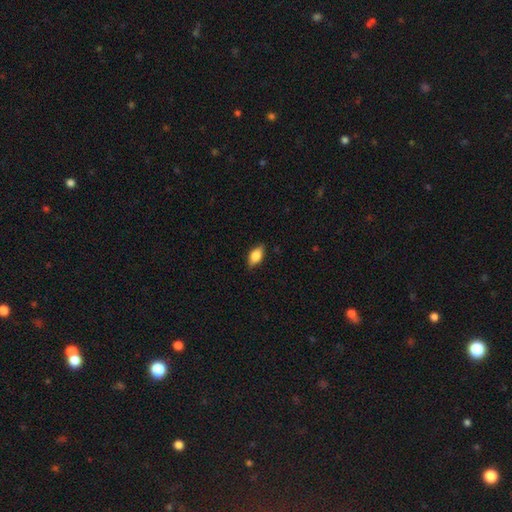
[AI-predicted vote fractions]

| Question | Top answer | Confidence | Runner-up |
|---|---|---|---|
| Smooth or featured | smooth | 79% | featured or disk (13%) |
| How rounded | in between | 88% | cigar-shaped (7%) |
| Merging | none | 84% | minor disturbance (12%) |